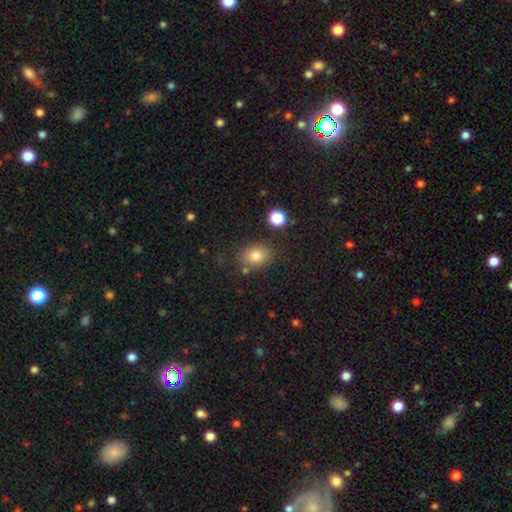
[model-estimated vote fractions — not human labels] A smooth galaxy with no disk features (80%) that is in between round and cigar-shaped (55%).

Vote fractions:
- Smooth or featured? smooth: 80% / star or artifact: 11% / featured or disk: 9%
- How rounded? in between: 55% / round: 44% / cigar-shaped: 1%
- Merging? none: 77% / minor disturbance: 13% / merger: 6% / major disturbance: 4%